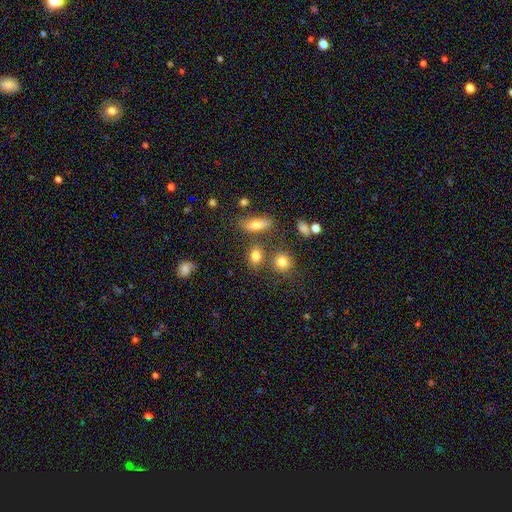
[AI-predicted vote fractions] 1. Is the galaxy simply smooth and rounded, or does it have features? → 79% smooth, 12% star or artifact, 9% featured or disk.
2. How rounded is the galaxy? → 57% in between, 39% round, 4% cigar-shaped.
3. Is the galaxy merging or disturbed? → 67% none, 16% merger, 12% minor disturbance, 5% major disturbance.